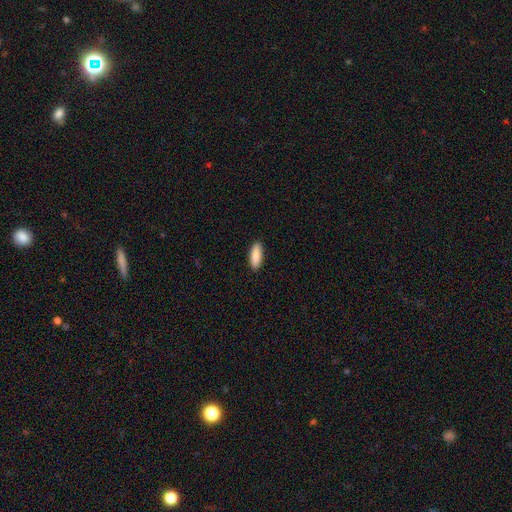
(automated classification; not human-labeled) The model was most divided on "how rounded": in between: 65%, cigar-shaped: 33%, round: 2%. More confident: smooth or featured — smooth (90%); merging — none (90%).